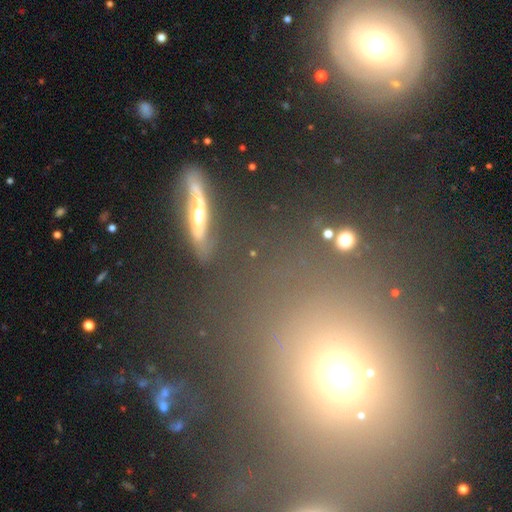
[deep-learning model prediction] Q: Smooth or featured?
A: smooth (38%); runner-up: star or artifact (34%)
Q: Merging?
A: none (77%); runner-up: minor disturbance (11%)